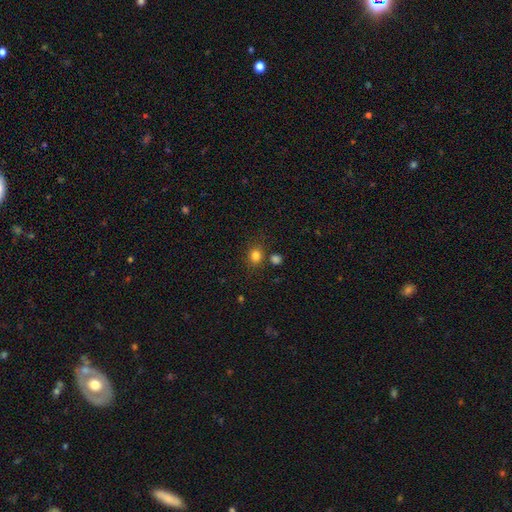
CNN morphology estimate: Smooth or featured?
  - smooth: 81% *
  - star or artifact: 13%
  - featured or disk: 6%
How rounded?
  - round: 70% *
  - in between: 29%
  - cigar-shaped: 1%
Merging?
  - none: 76% *
  - minor disturbance: 11%
  - merger: 9%
  - major disturbance: 4%